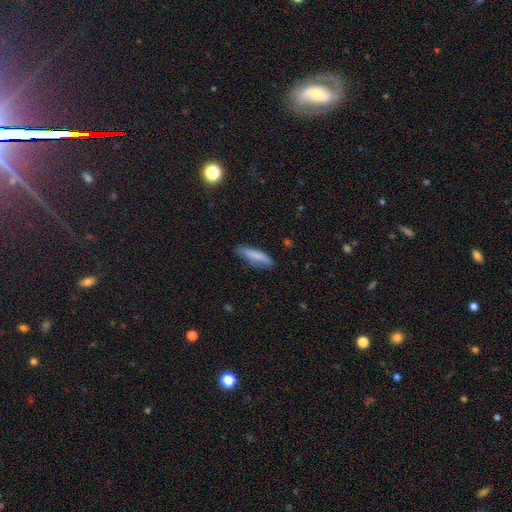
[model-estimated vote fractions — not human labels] smooth-or-featured: smooth: 79% | featured or disk: 15% | star or artifact: 7%
  how-rounded: cigar-shaped: 72% | in between: 26% | round: 1%
  merging: none: 70% | minor disturbance: 23% | major disturbance: 5% | merger: 2%